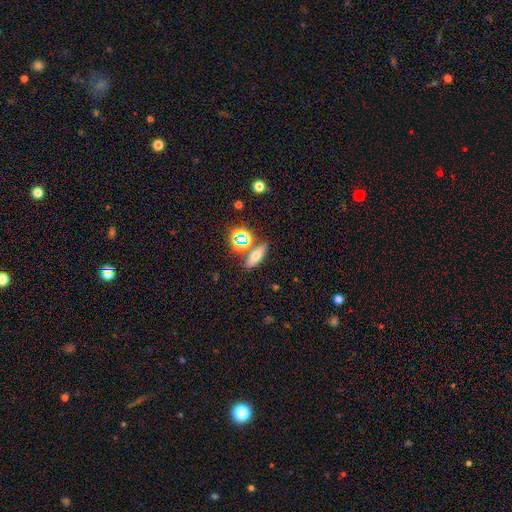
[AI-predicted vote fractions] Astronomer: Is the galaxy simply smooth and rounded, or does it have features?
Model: smooth — 59%.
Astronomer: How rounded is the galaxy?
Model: in between — 45% (runner-up: cigar-shaped, 43%).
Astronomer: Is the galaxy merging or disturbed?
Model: none — 76%.